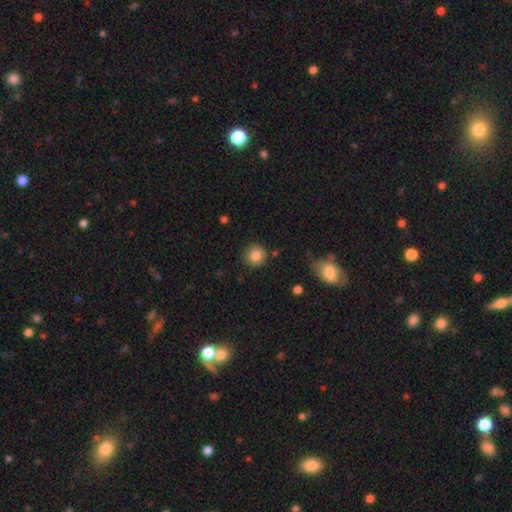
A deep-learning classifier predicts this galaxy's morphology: type=smooth (84%); roundness=round (92%); merging=none (86%).